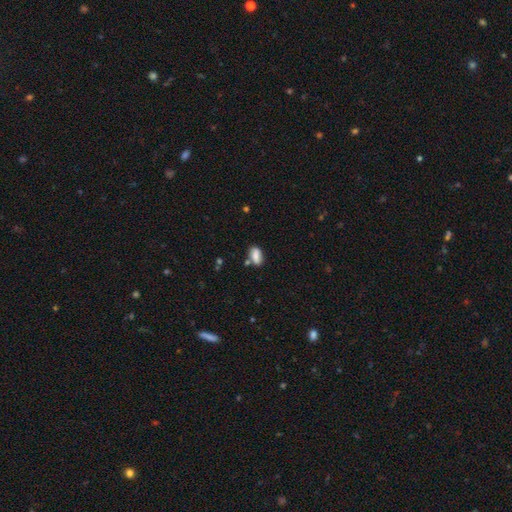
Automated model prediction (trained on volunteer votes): Smooth or featured?
  - smooth: 84% *
  - featured or disk: 8%
  - star or artifact: 8%
How rounded?
  - in between: 87% *
  - cigar-shaped: 7%
  - round: 6%
Merging?
  - none: 66% *
  - minor disturbance: 17%
  - merger: 13%
  - major disturbance: 4%